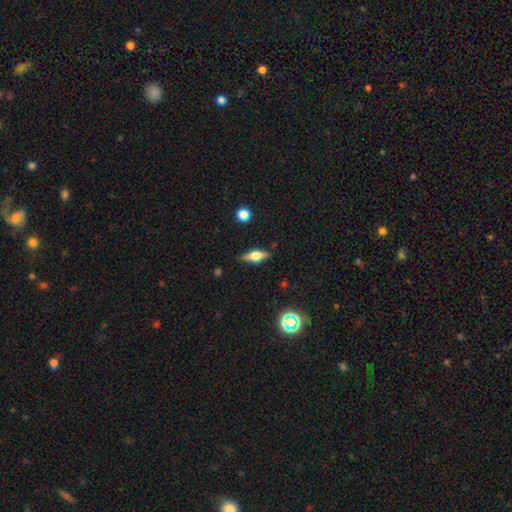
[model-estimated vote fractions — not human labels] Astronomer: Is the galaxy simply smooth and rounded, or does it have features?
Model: featured or disk — 53% (runner-up: smooth, 38%).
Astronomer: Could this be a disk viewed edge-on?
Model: yes — 93%.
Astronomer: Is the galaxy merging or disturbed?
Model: none — 85%.